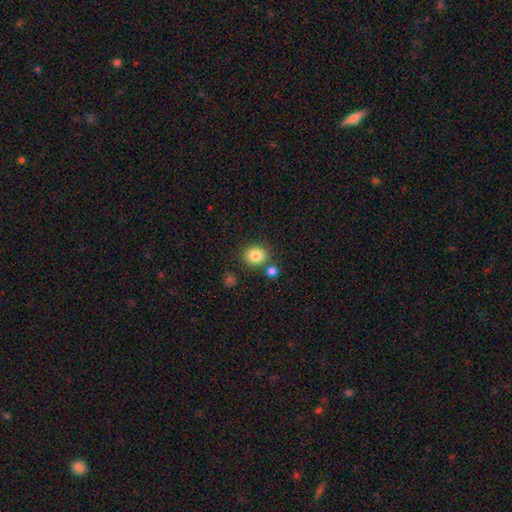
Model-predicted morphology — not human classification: Overall: smooth (84%). How rounded: round (77%). Merging: none (79%).